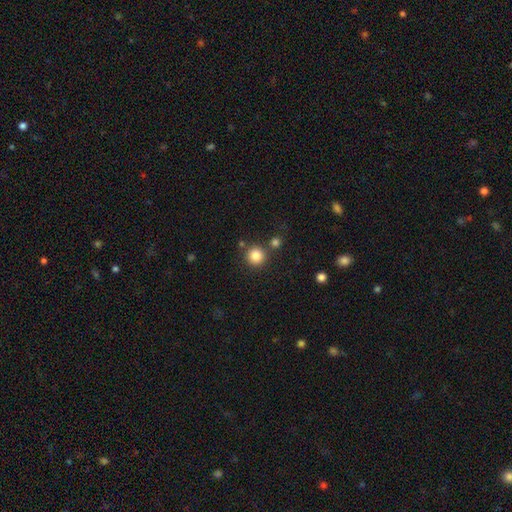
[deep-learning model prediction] Smooth or featured? Predicted: smooth (p=0.85). How rounded? Predicted: round (p=0.94). Merging? Predicted: none (p=0.81).